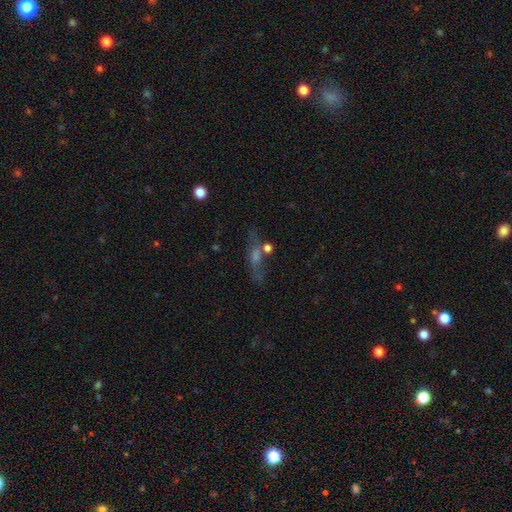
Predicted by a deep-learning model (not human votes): smooth-or-featured: featured or disk: 44% | smooth: 34% | star or artifact: 23%
  merging: none: 56% | minor disturbance: 17% | merger: 14% | major disturbance: 13%